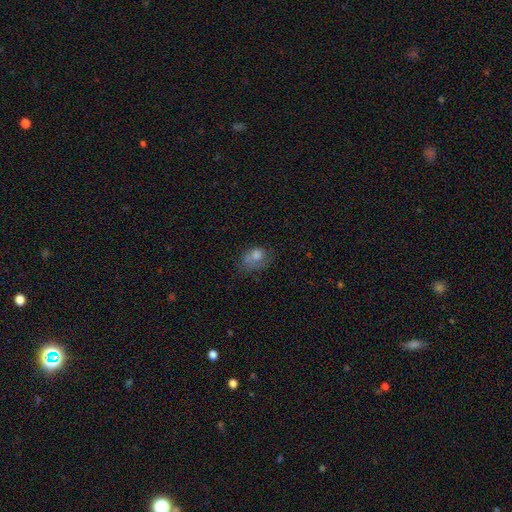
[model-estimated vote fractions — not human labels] Morphology: type=smooth (64%); roundness=in between (71%); merging=none (41%).